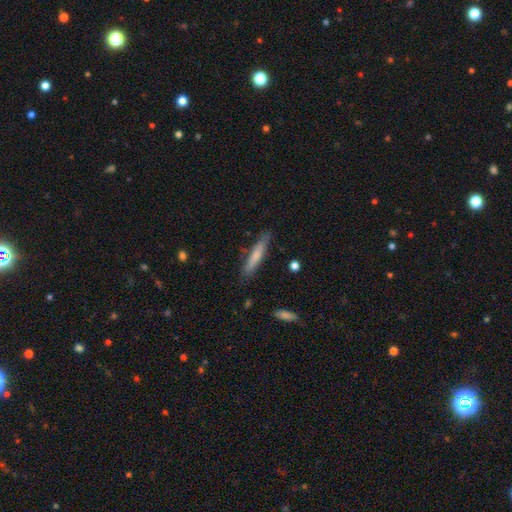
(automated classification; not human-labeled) Overall: smooth (65%; featured or disk 29%). How rounded: cigar-shaped (91%). Merging: none (82%).